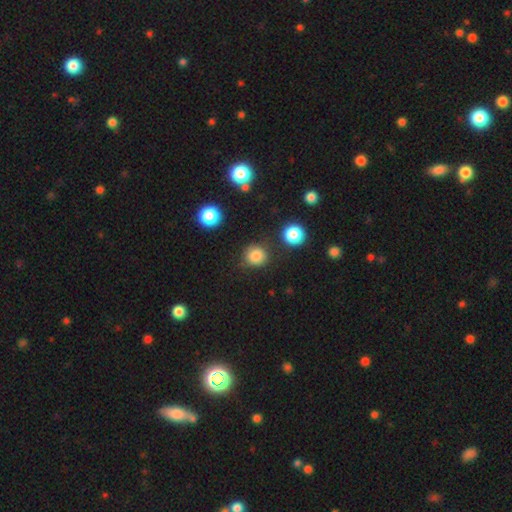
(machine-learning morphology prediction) This is clearly a smooth galaxy (83%). How rounded: clearly round (90%). Merging: clearly none (81%).